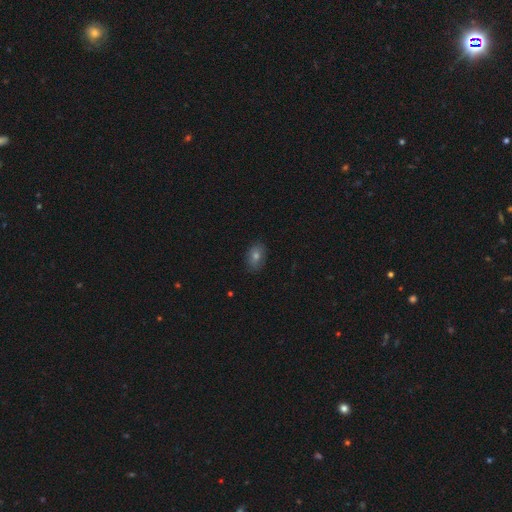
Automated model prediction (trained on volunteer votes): Smooth or featured? smooth (67%)
How rounded? in between (80%)
Merging? none (84%)